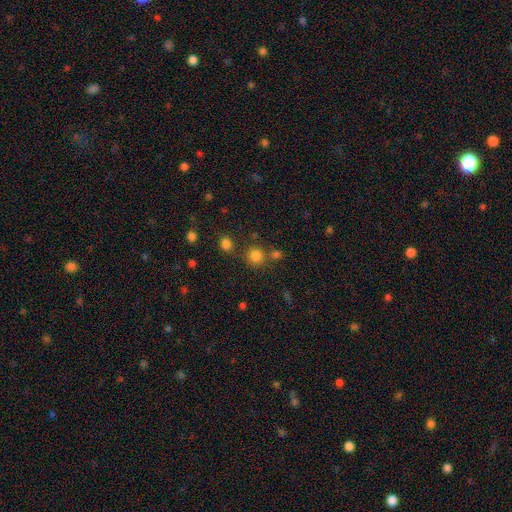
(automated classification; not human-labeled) A smooth galaxy with no disk features (81%) that is round (91%).

Vote fractions:
- Smooth or featured? smooth: 81% / star or artifact: 14% / featured or disk: 5%
- How rounded? round: 91% / in between: 8% / cigar-shaped: 1%
- Merging? none: 75% / merger: 13% / minor disturbance: 8% / major disturbance: 4%